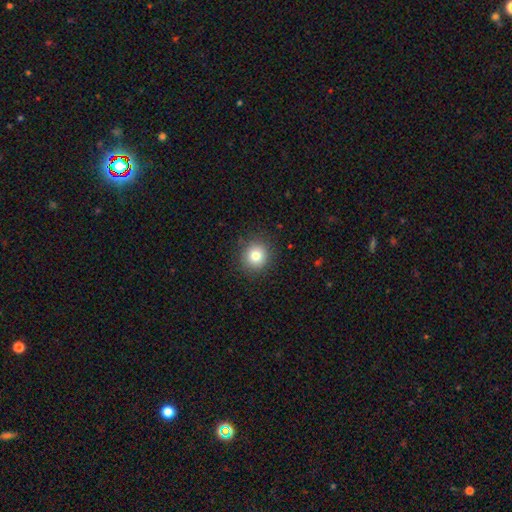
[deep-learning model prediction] smooth-or-featured: smooth: 79% | star or artifact: 12% | featured or disk: 9%
  how-rounded: round: 92% | in between: 7% | cigar-shaped: 1%
  merging: none: 90% | minor disturbance: 7% | major disturbance: 2% | merger: 1%